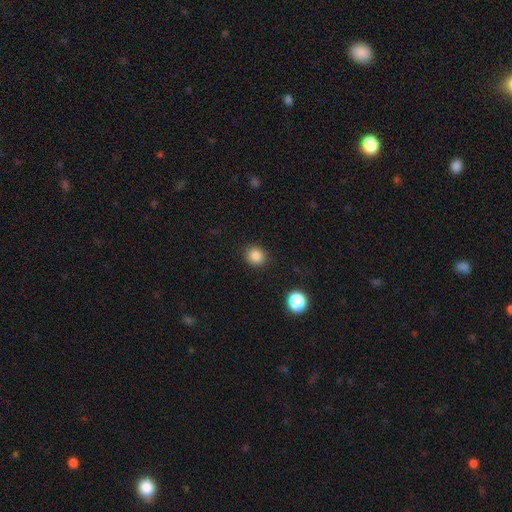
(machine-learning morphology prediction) This is clearly a smooth galaxy (85%). How rounded: clearly round (85%). Merging: clearly none (90%).